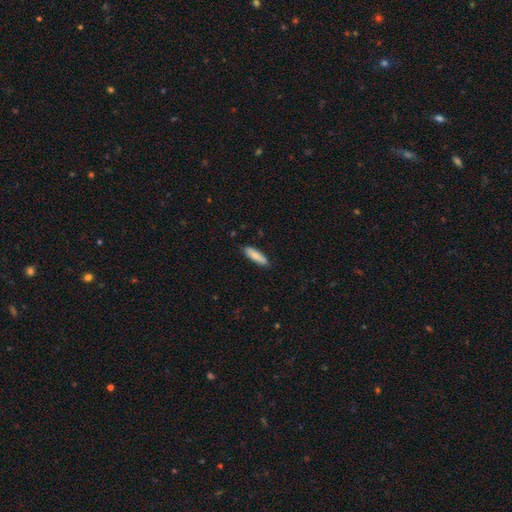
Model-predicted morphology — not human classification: type=smooth (84%); roundness=cigar-shaped (56%); merging=none (87%).